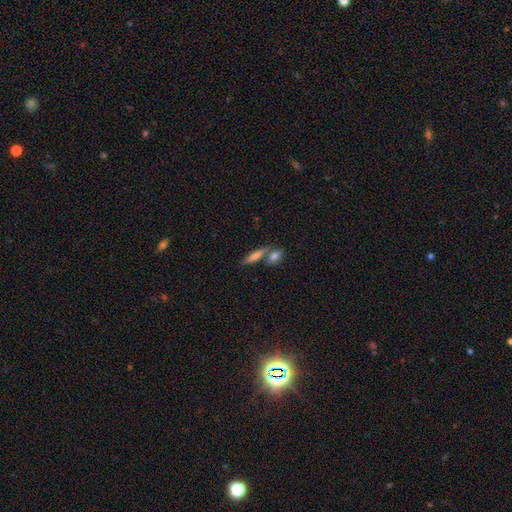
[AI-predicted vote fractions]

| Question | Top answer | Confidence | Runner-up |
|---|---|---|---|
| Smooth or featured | smooth | 64% | featured or disk (26%) |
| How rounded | cigar-shaped | 63% | in between (31%) |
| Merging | none | 55% | merger (33%) |